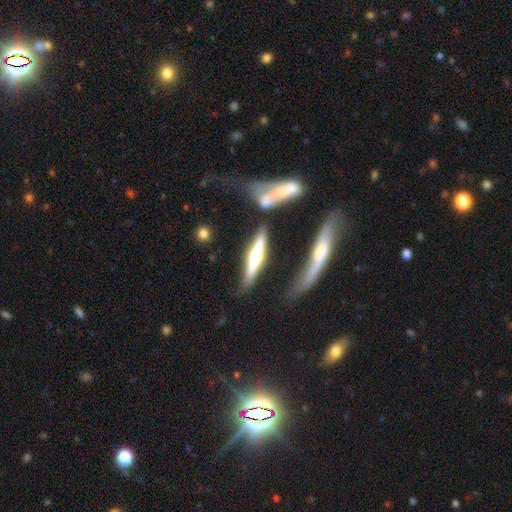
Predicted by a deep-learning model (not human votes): A featured or disk galaxy (63%) viewed edge-on (94%) with a rounded central bulge (77%).

Vote fractions:
- Smooth or featured? featured or disk: 63% / smooth: 32% / star or artifact: 5%
- Edge-on disk? yes: 94% / no: 6%
- Edge-on bulge? rounded: 77% / boxy: 13% / none: 10%
- Merging? none: 68% / minor disturbance: 14% / merger: 13% / major disturbance: 6%